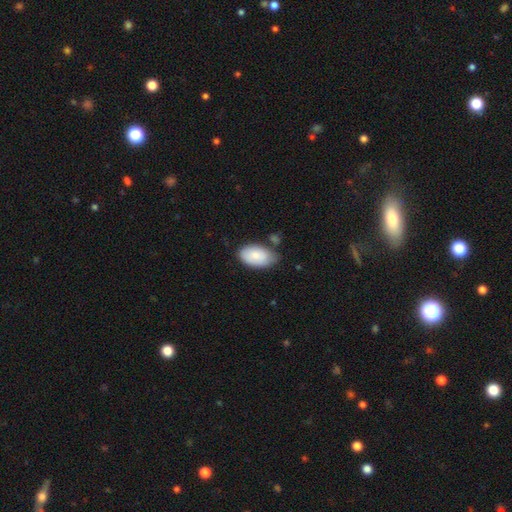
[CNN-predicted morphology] This appears to be a smooth galaxy with no disk features (81%) that is in between round and cigar-shaped (95%). Merging: none (59%).